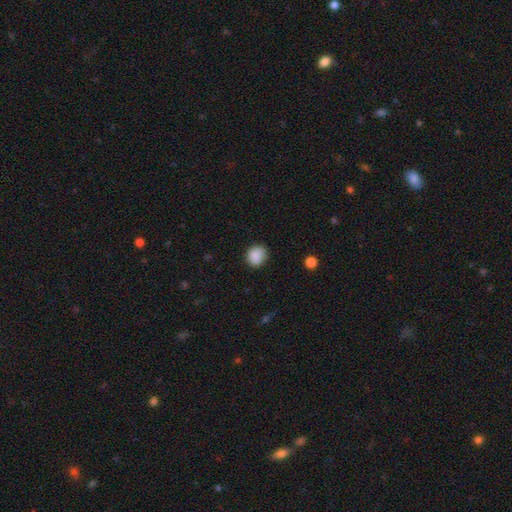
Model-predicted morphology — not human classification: Smooth or featured: smooth — 87% (star or artifact — 8%)
How rounded: round — 76% (in between — 23%)
Merging: none — 81% (minor disturbance — 14%)